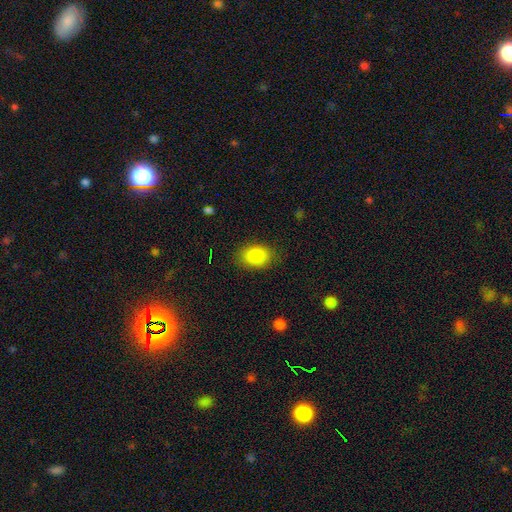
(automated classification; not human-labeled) This appears to be a smooth galaxy with no disk features (88%) that is in between round and cigar-shaped (79%). Merging: none (84%).